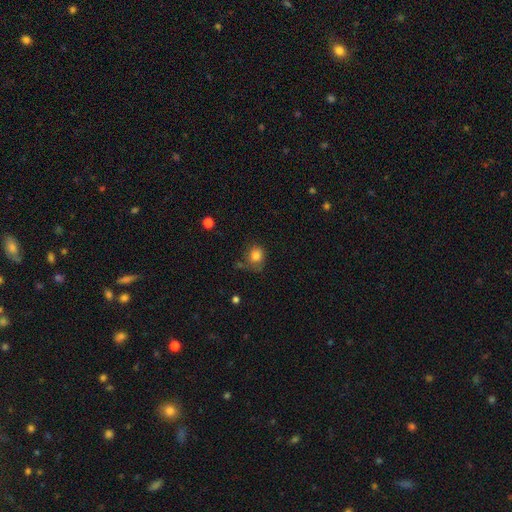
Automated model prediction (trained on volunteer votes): Smooth or featured: smooth — 81% (star or artifact — 11%)
How rounded: round — 76% (in between — 23%)
Merging: none — 60% (minor disturbance — 25%)